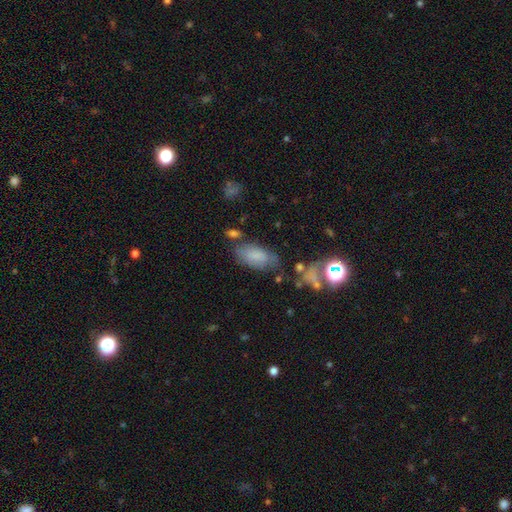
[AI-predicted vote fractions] Smooth or featured? smooth (74%)
How rounded? in between (90%)
Merging? none (57%)